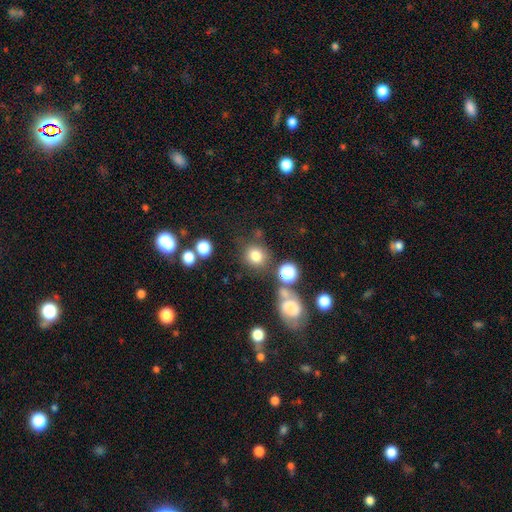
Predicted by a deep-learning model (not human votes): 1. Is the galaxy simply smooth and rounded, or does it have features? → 78% smooth, 14% star or artifact, 7% featured or disk.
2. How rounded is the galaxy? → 83% round, 16% in between, 1% cigar-shaped.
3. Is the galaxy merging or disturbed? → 73% none, 12% minor disturbance, 10% merger, 6% major disturbance.